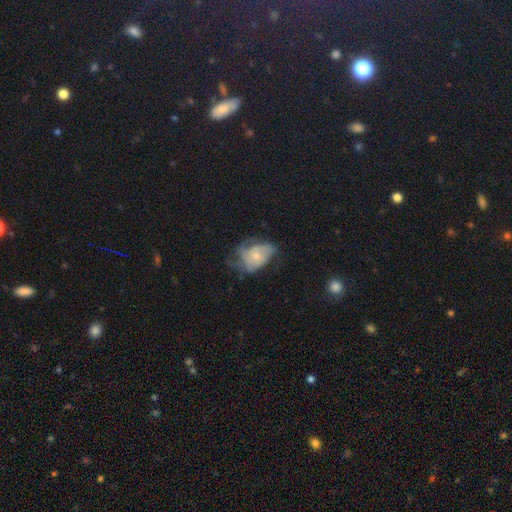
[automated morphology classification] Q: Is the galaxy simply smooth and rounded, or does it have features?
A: featured or disk — 60%.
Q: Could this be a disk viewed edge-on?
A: no — 97%.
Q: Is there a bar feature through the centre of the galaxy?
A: no — 74%.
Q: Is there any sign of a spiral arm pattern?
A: yes — 78%.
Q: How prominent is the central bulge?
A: small — 52%.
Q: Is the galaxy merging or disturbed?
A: none — 38%.